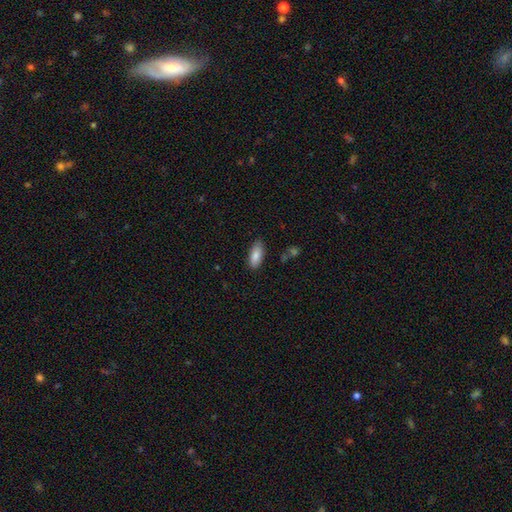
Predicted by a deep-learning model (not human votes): A smooth galaxy with no disk features (84%) that is in between round and cigar-shaped (84%). Merging: none (82%).